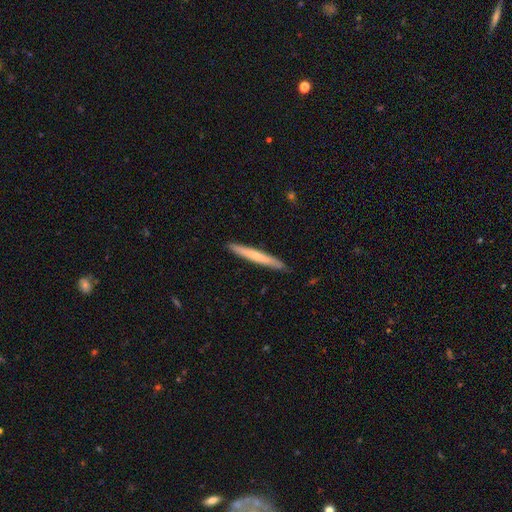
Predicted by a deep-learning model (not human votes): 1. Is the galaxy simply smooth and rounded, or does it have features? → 59% smooth, 35% featured or disk, 5% star or artifact.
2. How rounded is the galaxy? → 97% cigar-shaped, 2% in between, 1% round.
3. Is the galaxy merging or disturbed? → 90% none, 8% minor disturbance, 1% major disturbance, 1% merger.